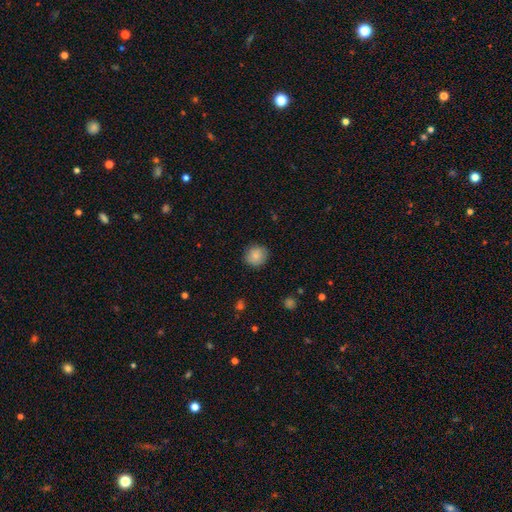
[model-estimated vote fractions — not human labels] smooth 84%, star or artifact 8%, featured or disk 8%. Down the decision tree: how rounded — round (87%); merging — none (86%).